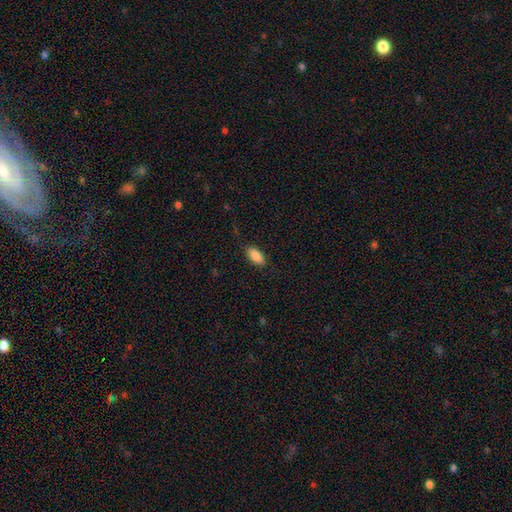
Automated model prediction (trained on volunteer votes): smooth-or-featured: smooth: 87% | star or artifact: 7% | featured or disk: 6%
  how-rounded: in between: 90% | cigar-shaped: 7% | round: 2%
  merging: none: 84% | minor disturbance: 12% | major disturbance: 3% | merger: 1%